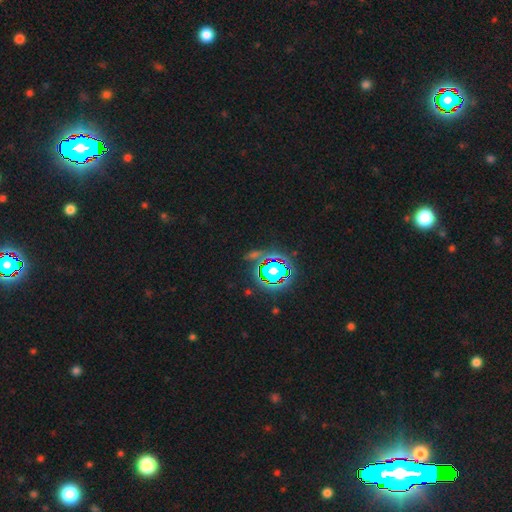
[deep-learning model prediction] Q: Smooth or featured?
A: star or artifact (77%); runner-up: smooth (14%)